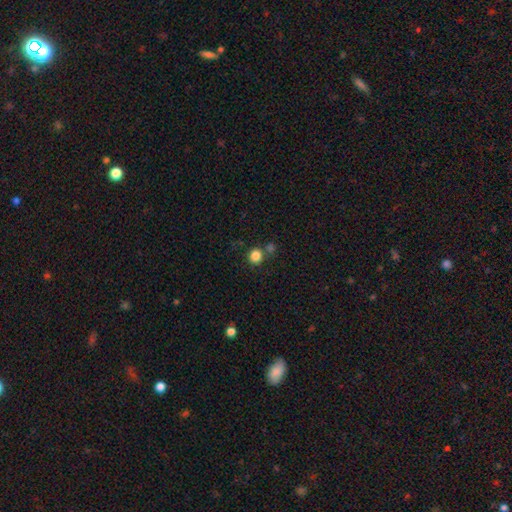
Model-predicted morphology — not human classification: Smooth or featured: smooth — 84% (star or artifact — 12%)
How rounded: round — 88% (in between — 11%)
Merging: none — 72% (merger — 16%)